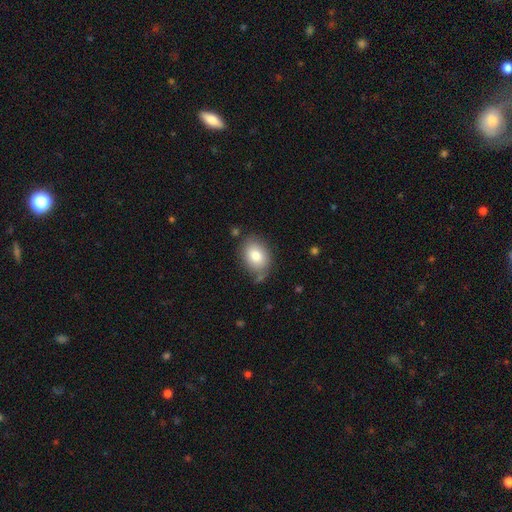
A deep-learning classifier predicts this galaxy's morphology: Smooth or featured? smooth (81%)
How rounded? in between (71%)
Merging? none (73%)